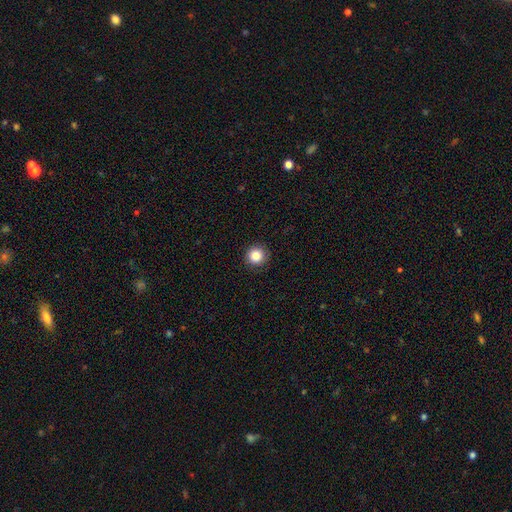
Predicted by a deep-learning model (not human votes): Smooth or featured: smooth — 86% (star or artifact — 10%)
How rounded: round — 94% (in between — 5%)
Merging: none — 90% (minor disturbance — 7%)